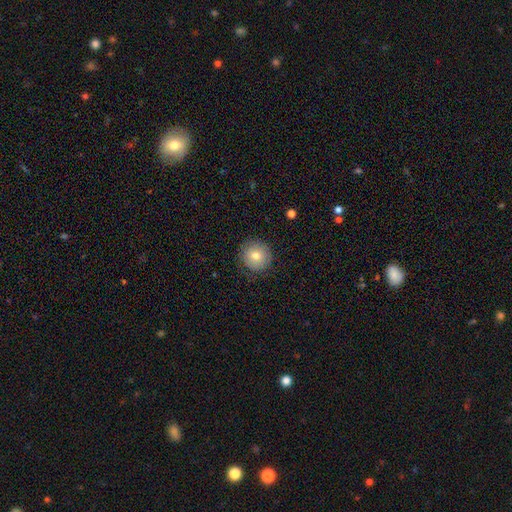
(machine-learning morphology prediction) smooth-or-featured: smooth: 76% | featured or disk: 15% | star or artifact: 10%
  how-rounded: round: 95% | in between: 4% | cigar-shaped: 1%
  merging: none: 85% | minor disturbance: 11% | major disturbance: 3% | merger: 1%